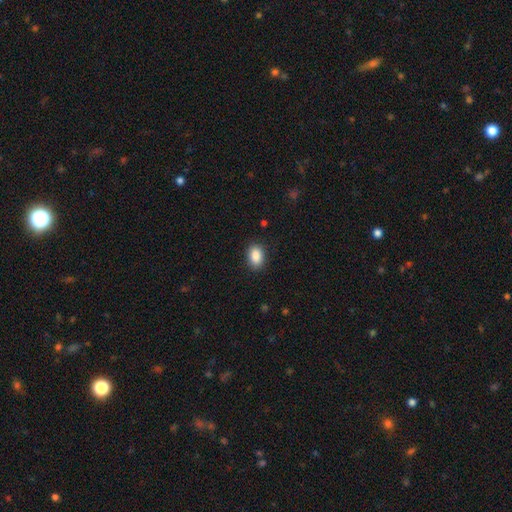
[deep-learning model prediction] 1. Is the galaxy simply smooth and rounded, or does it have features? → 89% smooth, 8% star or artifact, 3% featured or disk.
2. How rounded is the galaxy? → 84% in between, 14% round, 1% cigar-shaped.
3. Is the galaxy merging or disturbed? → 88% none, 9% minor disturbance, 2% major disturbance, 1% merger.